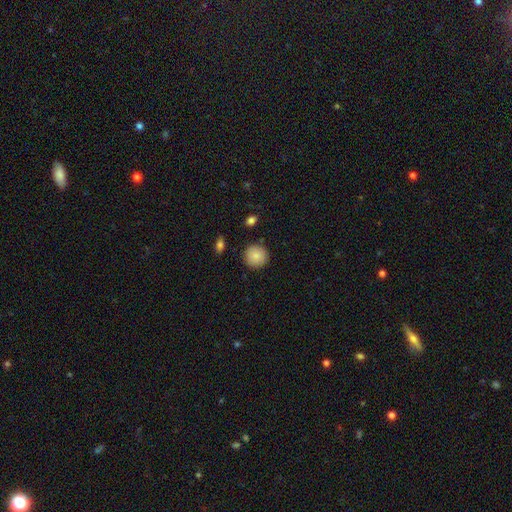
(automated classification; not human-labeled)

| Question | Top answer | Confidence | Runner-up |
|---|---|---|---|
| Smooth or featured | smooth | 86% | star or artifact (8%) |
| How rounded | round | 93% | in between (6%) |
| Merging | none | 90% | minor disturbance (7%) |